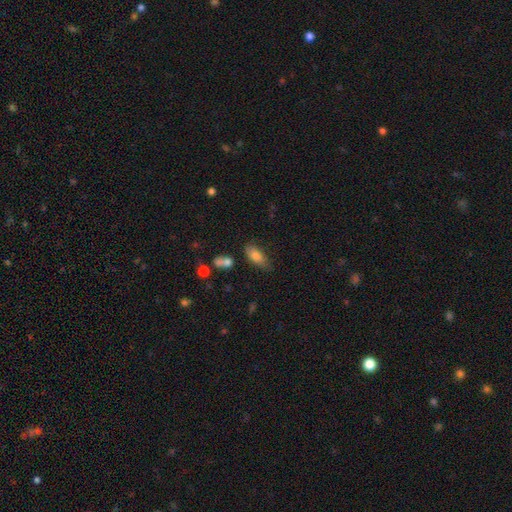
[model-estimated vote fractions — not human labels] This is likely a smooth galaxy (79%). How rounded: clearly in between (84%). Merging: likely none (61%).